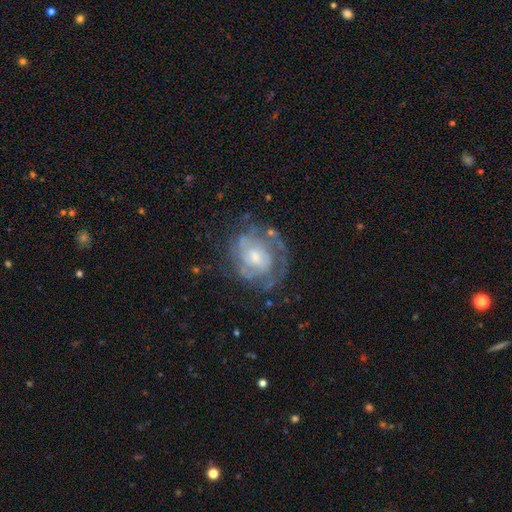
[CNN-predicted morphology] featured or disk 75%, smooth 15%, star or artifact 10%. Down the decision tree: edge-on disk — no (97%); bar — no (68%); spiral arms — yes (81%); spiral arm count — can't tell (46%); spiral winding — tight (64%); bulge size — moderate (44%, tied with small); merging — none (66%).